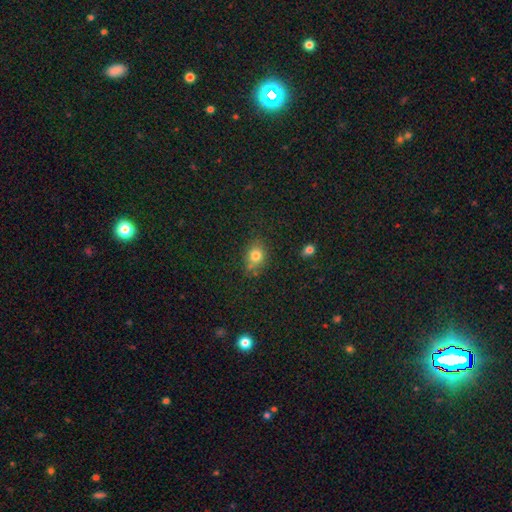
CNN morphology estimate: Smooth or featured: smooth — 78% (star or artifact — 13%)
How rounded: round — 60% (in between — 39%)
Merging: none — 68% (minor disturbance — 18%)